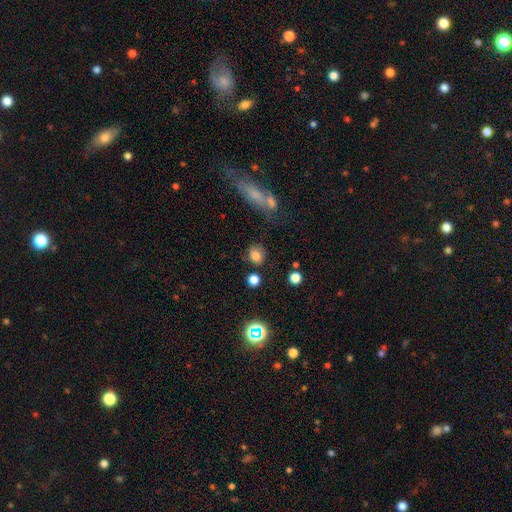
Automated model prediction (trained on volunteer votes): Morphology: type=smooth (80%); roundness=round (66%); merging=none (76%).